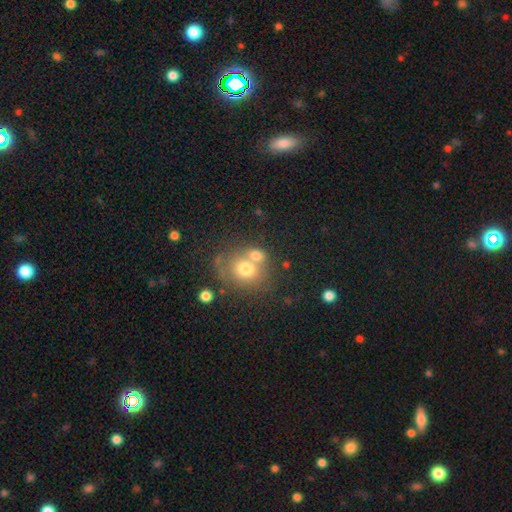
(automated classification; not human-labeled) Smooth or featured?
  - smooth: 69% *
  - featured or disk: 20%
  - star or artifact: 11%
How rounded?
  - round: 60% *
  - in between: 39%
  - cigar-shaped: 1%
Merging?
  - merger: 48% *
  - none: 35%
  - minor disturbance: 11%
  - major disturbance: 6%